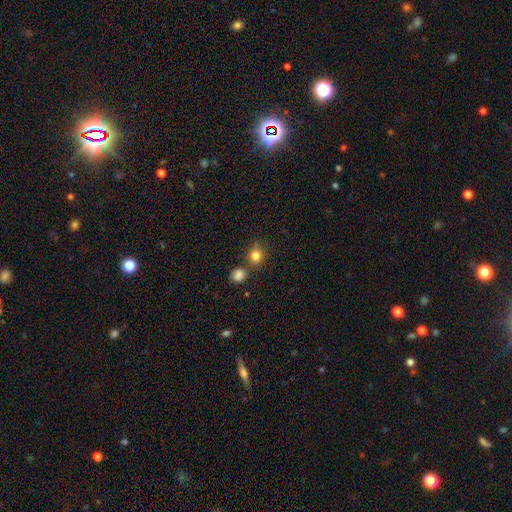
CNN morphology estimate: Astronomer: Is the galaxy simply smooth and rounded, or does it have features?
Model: smooth — 80%.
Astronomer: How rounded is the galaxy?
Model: round — 85%.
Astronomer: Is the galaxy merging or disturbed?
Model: none — 68%.